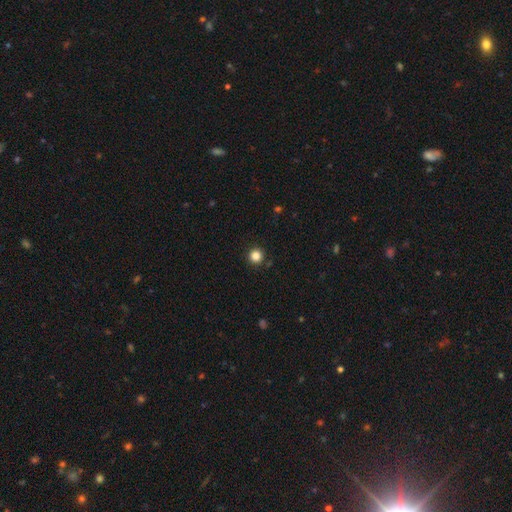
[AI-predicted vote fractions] smooth-or-featured: smooth: 85% | star or artifact: 12% | featured or disk: 3%
  how-rounded: round: 96% | in between: 3% | cigar-shaped: 1%
  merging: none: 91% | minor disturbance: 5% | major disturbance: 2% | merger: 1%